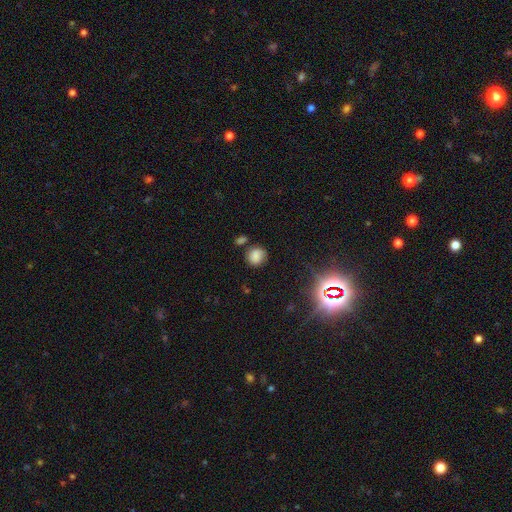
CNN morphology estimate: This is likely a smooth galaxy (76%). How rounded: clearly round (81%). Merging: likely none (73%).